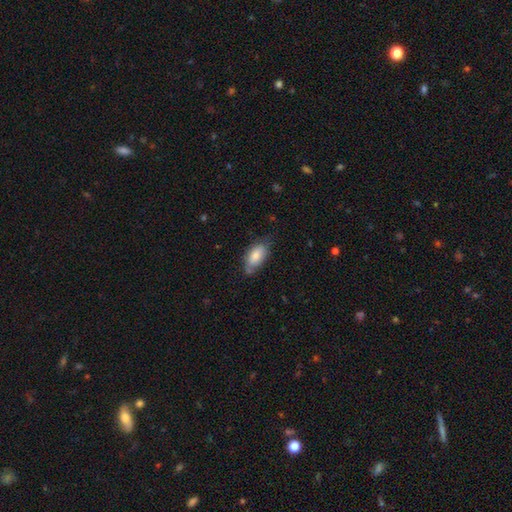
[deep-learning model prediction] smooth 79%, featured or disk 15%, star or artifact 6%. Down the decision tree: how rounded — in between (91%); merging — none (61%).